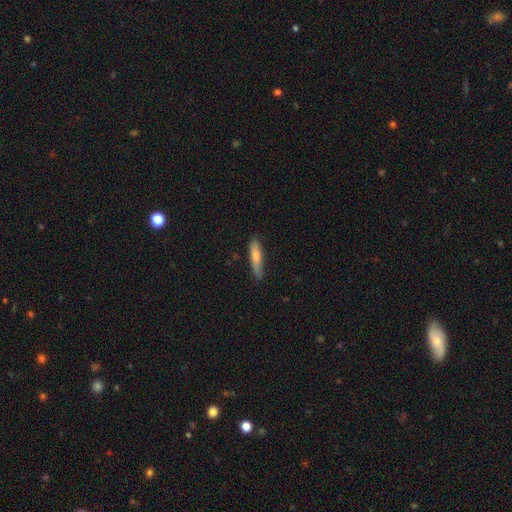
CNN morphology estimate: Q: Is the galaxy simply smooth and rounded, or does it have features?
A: smooth — 67%.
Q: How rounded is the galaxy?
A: cigar-shaped — 86%.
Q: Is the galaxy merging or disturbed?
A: none — 78%.